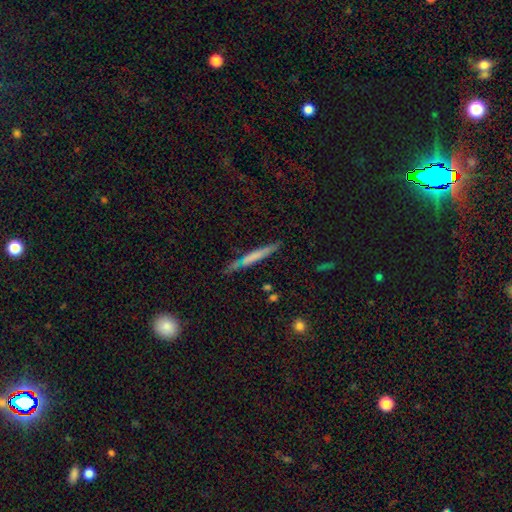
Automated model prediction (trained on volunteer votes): The model was most divided on "smooth or featured": smooth: 59%, featured or disk: 34%, star or artifact: 7%. More confident: how rounded — cigar-shaped (95%); merging — none (74%).